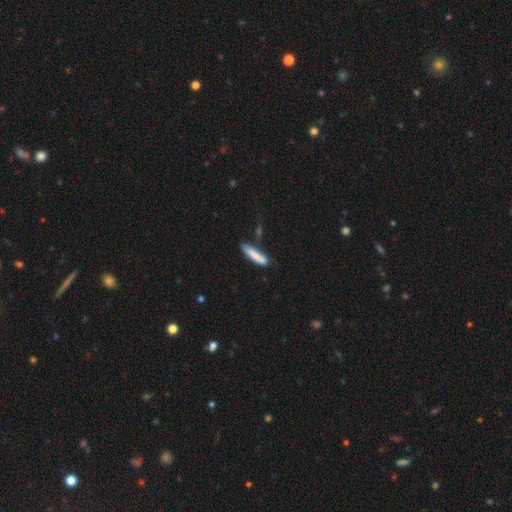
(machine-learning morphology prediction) Smooth or featured? Predicted: smooth (p=0.80). How rounded? Predicted: cigar-shaped (p=0.87). Merging? Predicted: none (p=0.72).